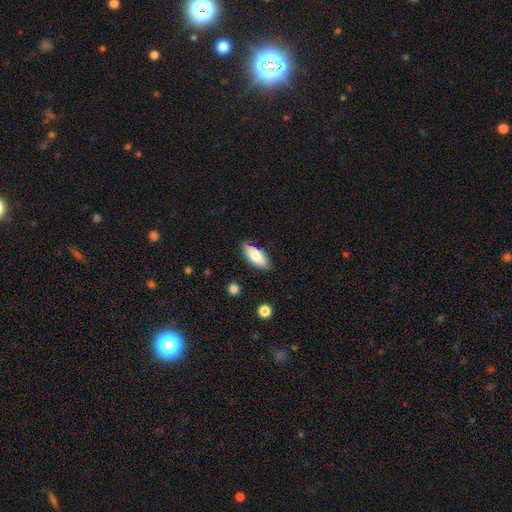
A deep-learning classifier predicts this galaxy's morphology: This appears to be a smooth galaxy with no disk features (75%) that is in between round and cigar-shaped (79%). Merging: none (80%).